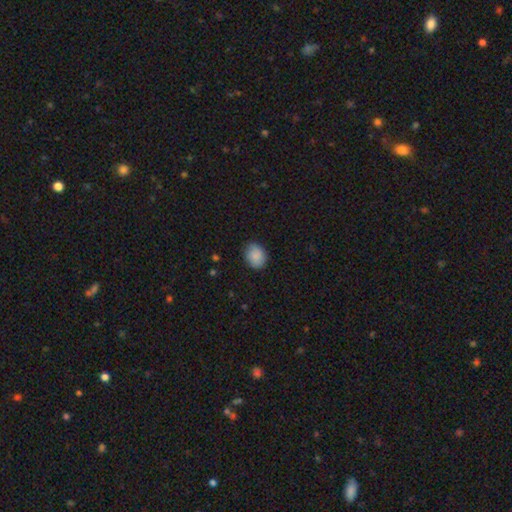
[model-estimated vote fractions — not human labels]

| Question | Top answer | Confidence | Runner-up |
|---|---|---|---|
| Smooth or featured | smooth | 87% | star or artifact (7%) |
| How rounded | round | 50% | in between (49%) |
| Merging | none | 82% | minor disturbance (14%) |